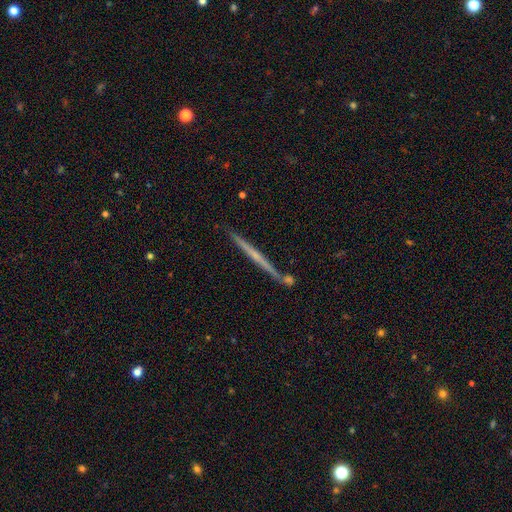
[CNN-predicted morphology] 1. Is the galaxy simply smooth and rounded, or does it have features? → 68% featured or disk, 25% smooth, 7% star or artifact.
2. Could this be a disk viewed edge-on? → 98% yes, 2% no.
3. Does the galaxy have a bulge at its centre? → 62% none, 31% rounded, 6% boxy.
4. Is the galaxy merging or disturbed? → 83% none, 9% minor disturbance, 6% merger, 2% major disturbance.